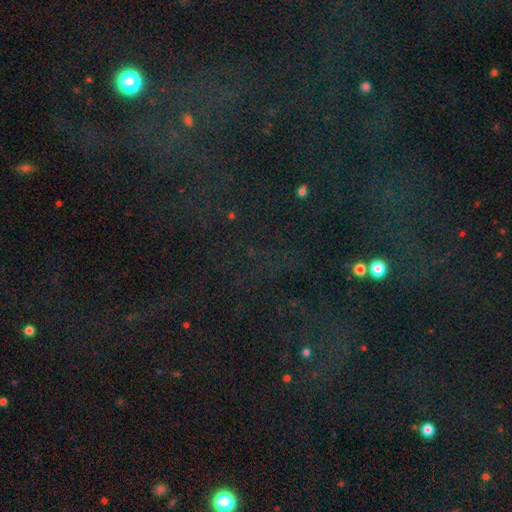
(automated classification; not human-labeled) smooth_or_featured: star or artifact (p=0.76) [alt: smooth p=0.14]